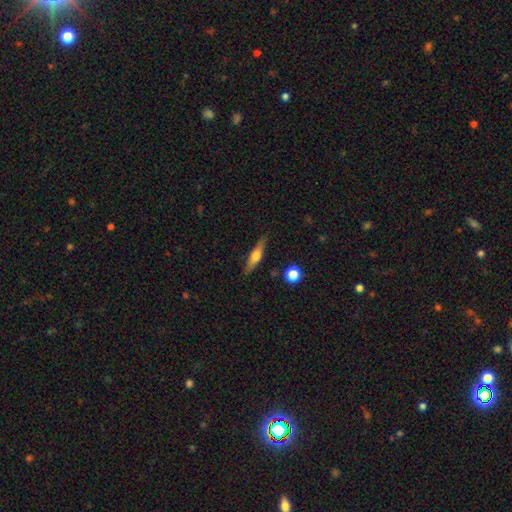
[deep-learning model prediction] Smooth or featured? featured or disk (53%)
Edge-on disk? yes (94%)
Merging? none (86%)